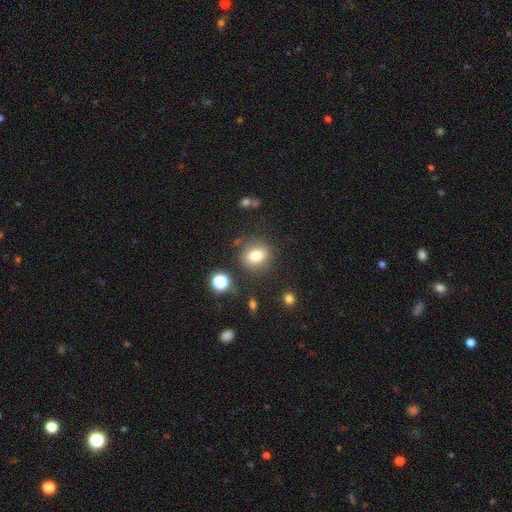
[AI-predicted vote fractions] This appears to be a smooth galaxy with no disk features (76%) that is round (72%). Merging: none (81%).